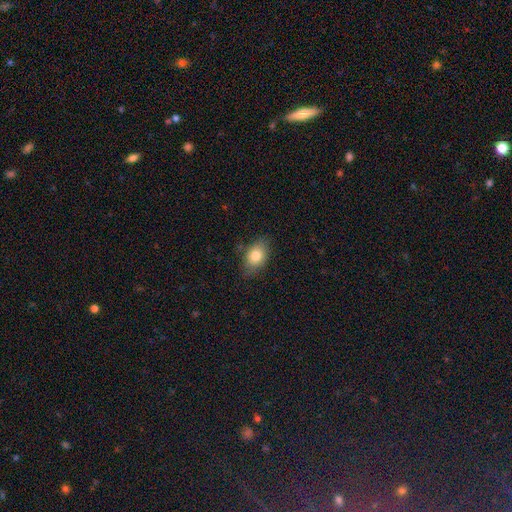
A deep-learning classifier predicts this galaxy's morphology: smooth_or_featured: smooth (p=0.79) [alt: featured or disk p=0.13]
how_rounded: in between (p=0.80) [alt: round p=0.18]
merging: none (p=0.77) [alt: minor disturbance p=0.18]